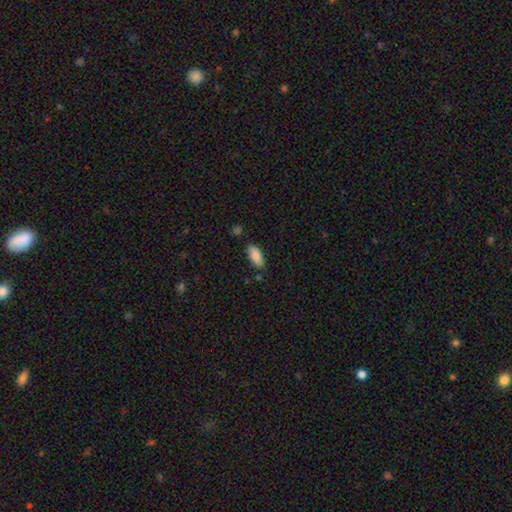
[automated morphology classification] Smooth or featured? Predicted: smooth (p=0.84). How rounded? Predicted: in between (p=0.88). Merging? Predicted: none (p=0.81).